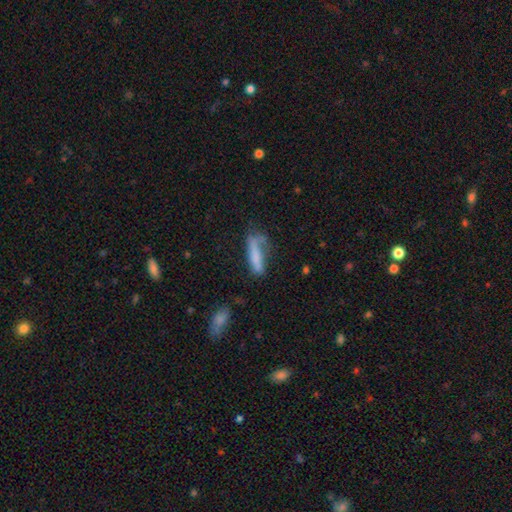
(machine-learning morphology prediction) Smooth or featured: smooth — 66% (featured or disk — 25%)
How rounded: cigar-shaped — 69% (in between — 29%)
Merging: none — 38% (minor disturbance — 28%)